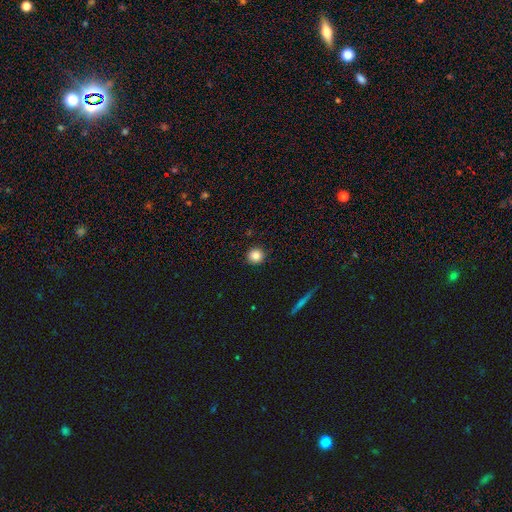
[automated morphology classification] Smooth or featured?
  - smooth: 86% *
  - star or artifact: 10%
  - featured or disk: 4%
How rounded?
  - round: 94% *
  - in between: 5%
  - cigar-shaped: 1%
Merging?
  - none: 91% *
  - minor disturbance: 6%
  - major disturbance: 2%
  - merger: 1%